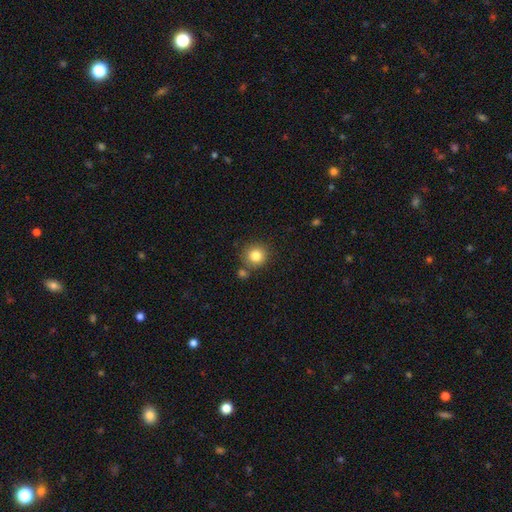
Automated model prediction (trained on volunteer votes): The model was most divided on "merging": none: 77%, merger: 10%, minor disturbance: 10%, major disturbance: 3%. More confident: how rounded — round (91%); smooth or featured — smooth (83%).